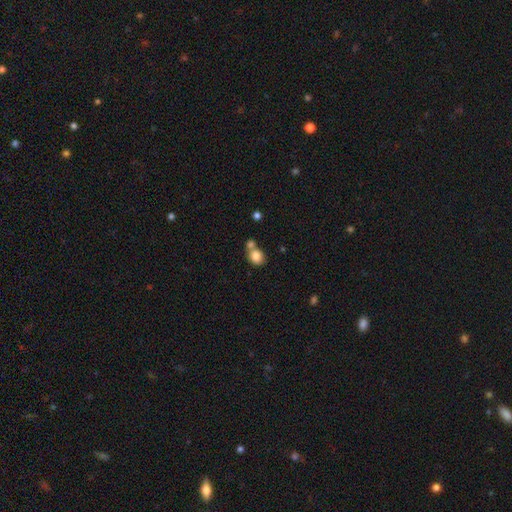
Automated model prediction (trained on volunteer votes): smooth-or-featured: smooth: 82% | star or artifact: 9% | featured or disk: 8%
  how-rounded: round: 67% | in between: 32% | cigar-shaped: 1%
  merging: none: 46% | merger: 40% | minor disturbance: 10% | major disturbance: 4%